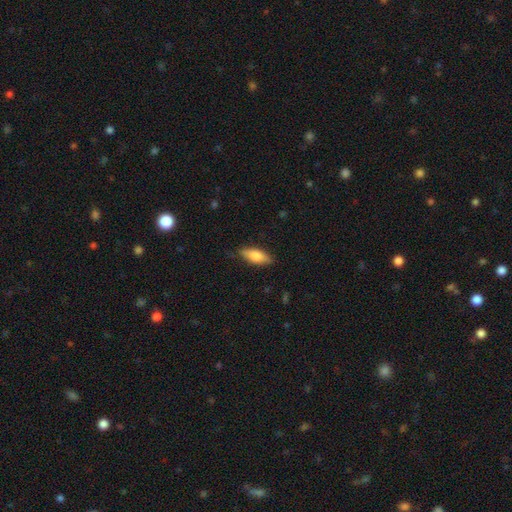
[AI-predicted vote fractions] Q: Smooth or featured?
A: smooth (76%); runner-up: featured or disk (18%)
Q: How rounded?
A: in between (73%); runner-up: cigar-shaped (24%)
Q: Merging?
A: none (81%); runner-up: minor disturbance (15%)